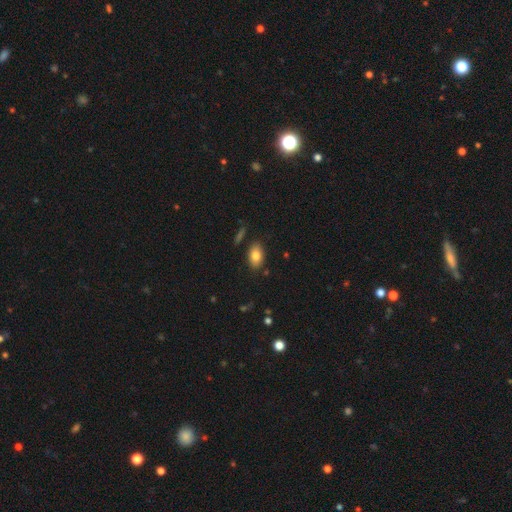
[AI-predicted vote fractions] This is clearly a smooth galaxy (82%). How rounded: clearly in between (91%). Merging: clearly none (85%).